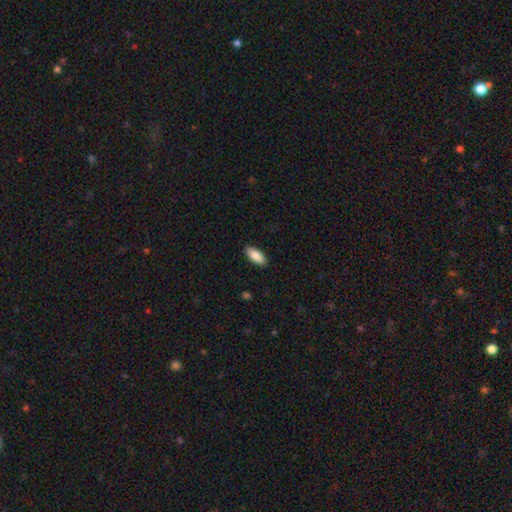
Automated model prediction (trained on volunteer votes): smooth 88%, star or artifact 6%, featured or disk 6%. Down the decision tree: how rounded — in between (88%); merging — none (90%).